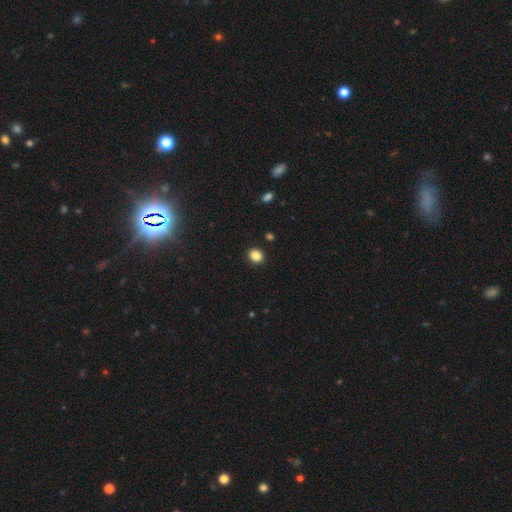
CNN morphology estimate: A smooth galaxy with no disk features (86%) that is round (66%). Merging: none (91%).